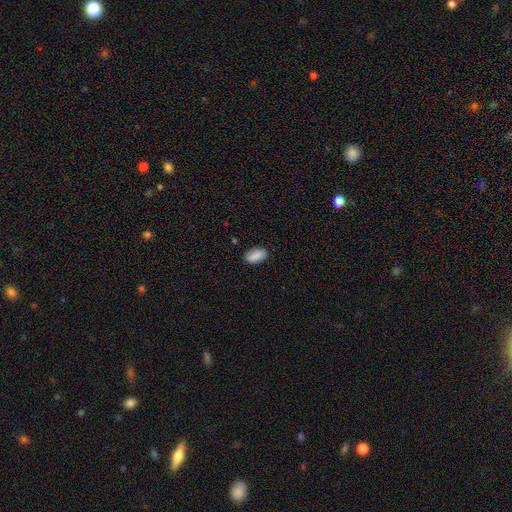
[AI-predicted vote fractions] A smooth galaxy with no disk features (87%) that is in between round and cigar-shaped (93%).

Vote fractions:
- Smooth or featured? smooth: 87% / star or artifact: 7% / featured or disk: 6%
- How rounded? in between: 93% / round: 4% / cigar-shaped: 3%
- Merging? none: 84% / minor disturbance: 12% / major disturbance: 3% / merger: 1%